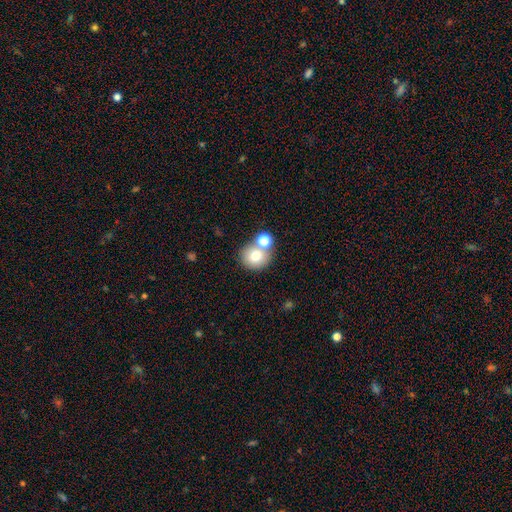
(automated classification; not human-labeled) smooth 74%, featured or disk 14%, star or artifact 12%. Down the decision tree: how rounded — round (81%); merging — none (56%).